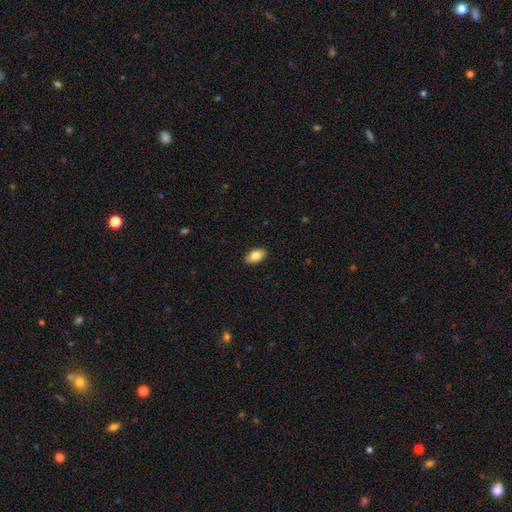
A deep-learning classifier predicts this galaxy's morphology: This appears to be a smooth galaxy with no disk features (83%) that is in between round and cigar-shaped (92%). Merging: none (89%).